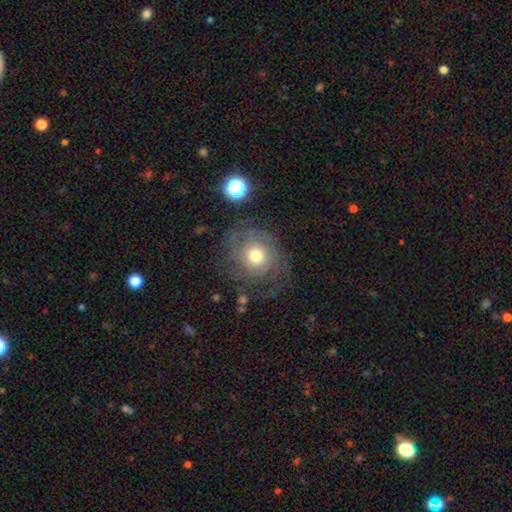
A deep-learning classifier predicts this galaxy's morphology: smooth-or-featured: featured or disk: 65% | smooth: 25% | star or artifact: 10%
  disk-edge-on: no: 97% | yes: 3%
    bar: no: 84% | weak: 13% | strong: 3%
    has-spiral-arms: yes: 84% | no: 16%
      spiral-winding: tight: 57% | medium: 29% | loose: 14%
      spiral-arm-count: can't tell: 42% | 2: 22% | 3: 14% | 4: 8% | 1: 8% | more than 4: 7%
    bulge-size: moderate: 66% | large: 18% | small: 13% | dominant: 2% | none: 1%
  merging: none: 64% | major disturbance: 18% | minor disturbance: 16% | merger: 2%